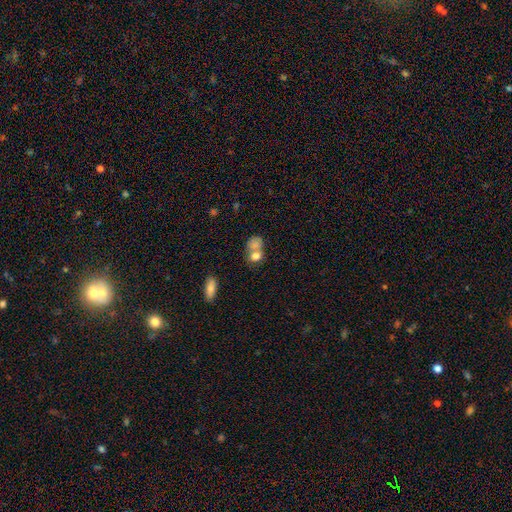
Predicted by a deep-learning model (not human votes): The model was most divided on "how rounded": in between: 51%, round: 47%, cigar-shaped: 2%. More confident: smooth or featured — smooth (78%); merging — merger (54%).